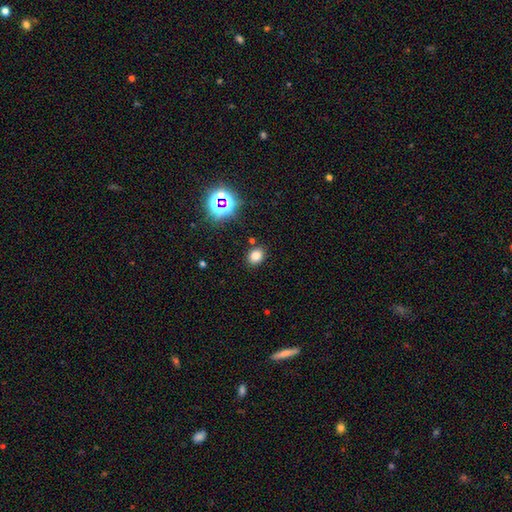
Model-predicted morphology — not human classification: The model was most divided on "how rounded": in between: 61%, round: 38%, cigar-shaped: 1%. More confident: merging — none (85%); smooth or featured — smooth (76%).